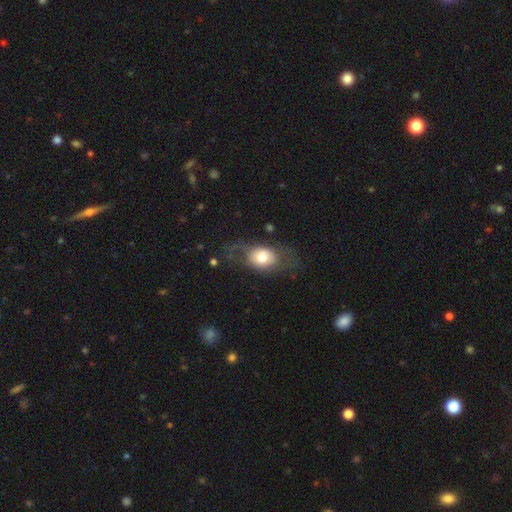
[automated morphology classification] Smooth or featured: smooth — 54% (featured or disk — 38%)
How rounded: in between — 56% (round — 42%)
Merging: none — 58% (major disturbance — 20%)